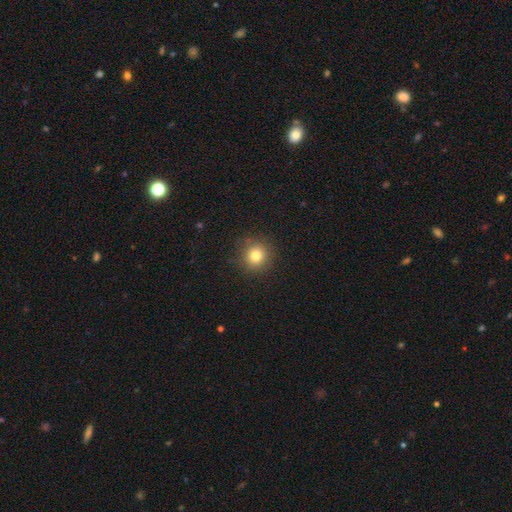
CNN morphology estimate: Q: Smooth or featured?
A: smooth (80%); runner-up: star or artifact (13%)
Q: How rounded?
A: round (92%); runner-up: in between (7%)
Q: Merging?
A: none (89%); runner-up: minor disturbance (7%)